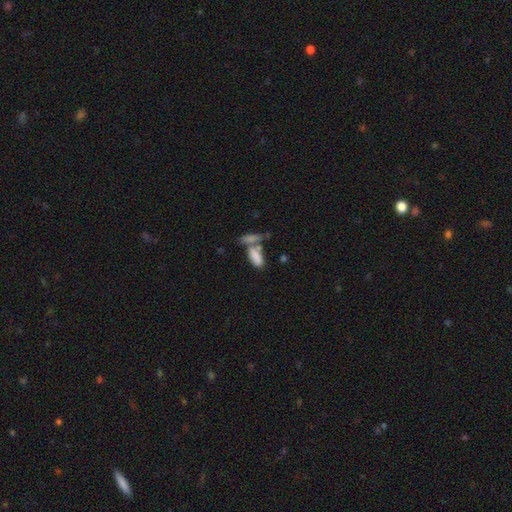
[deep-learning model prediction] This is clearly a smooth galaxy (81%). How rounded: clearly in between (82%). Merging: possibly merger (50%).